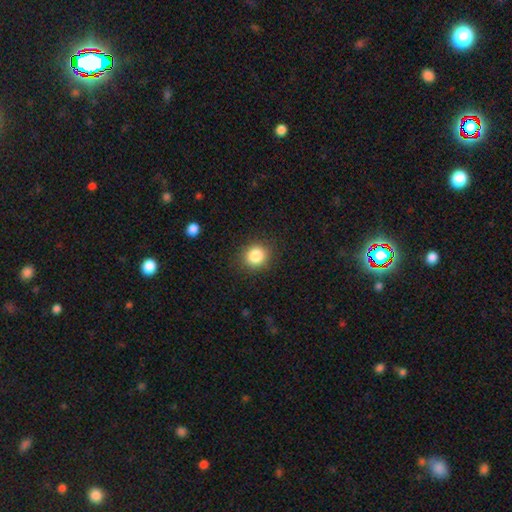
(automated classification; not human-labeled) smooth_or_featured: smooth (p=0.85) [alt: star or artifact p=0.10]
how_rounded: round (p=0.81) [alt: in between p=0.18]
merging: none (p=0.88) [alt: minor disturbance p=0.08]